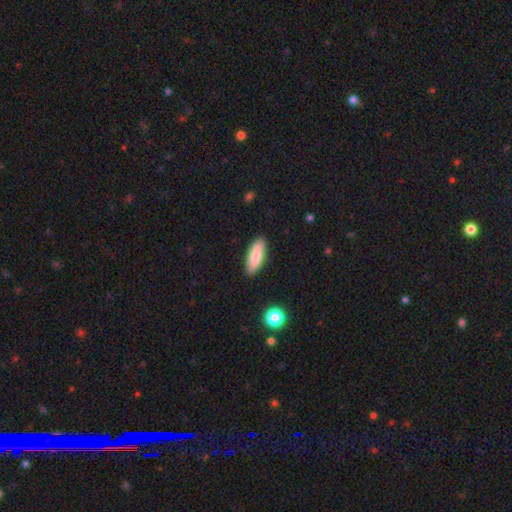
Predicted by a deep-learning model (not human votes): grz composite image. It shows a smooth galaxy with no disk features (82%) that is in between round and cigar-shaped (63%). Merging: none (88%).